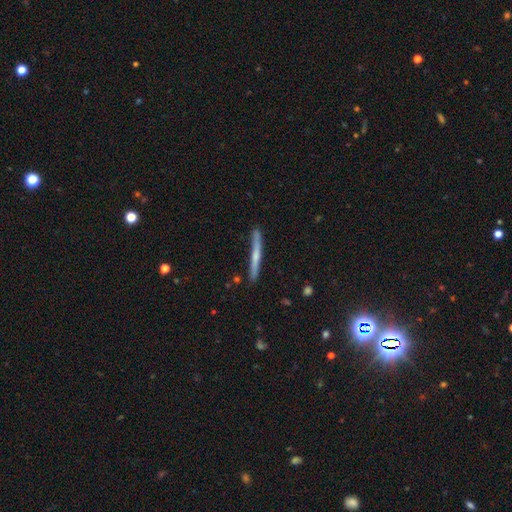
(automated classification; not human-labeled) Smooth or featured?
  - smooth: 47% * (tied)
  - featured or disk: 47% * (tied)
  - star or artifact: 6%
Merging?
  - none: 86% *
  - minor disturbance: 11%
  - major disturbance: 2%
  - merger: 2%